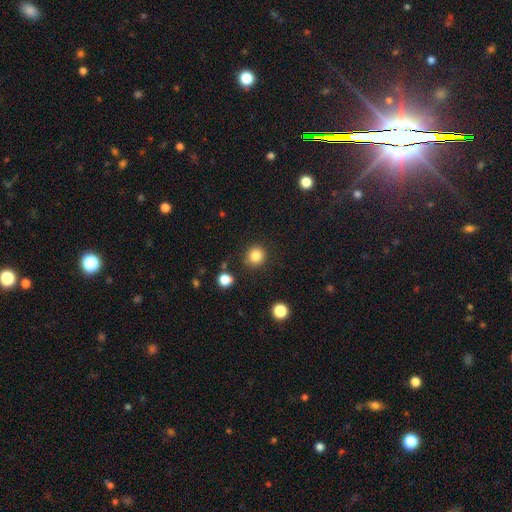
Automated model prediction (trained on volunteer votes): Q: Smooth or featured?
A: smooth (84%); runner-up: star or artifact (11%)
Q: How rounded?
A: round (89%); runner-up: in between (10%)
Q: Merging?
A: none (87%); runner-up: minor disturbance (8%)